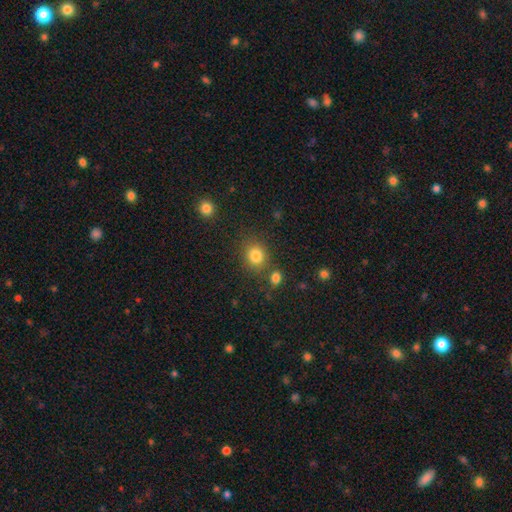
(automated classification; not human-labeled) Smooth or featured? smooth (83%)
How rounded? round (75%)
Merging? none (76%)